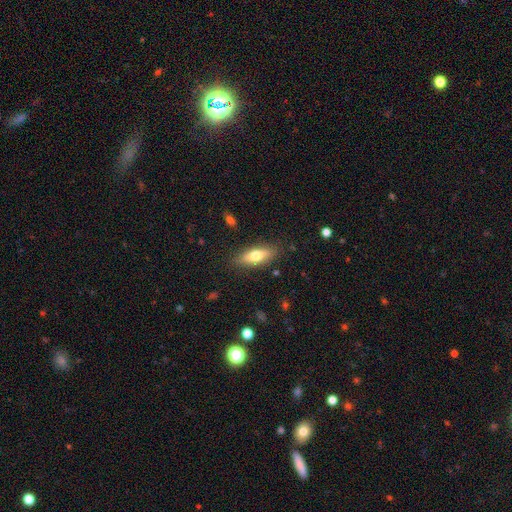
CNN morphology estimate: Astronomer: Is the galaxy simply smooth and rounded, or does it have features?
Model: smooth — 65%.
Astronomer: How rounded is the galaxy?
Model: in between — 62%.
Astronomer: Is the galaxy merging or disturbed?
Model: none — 85%.